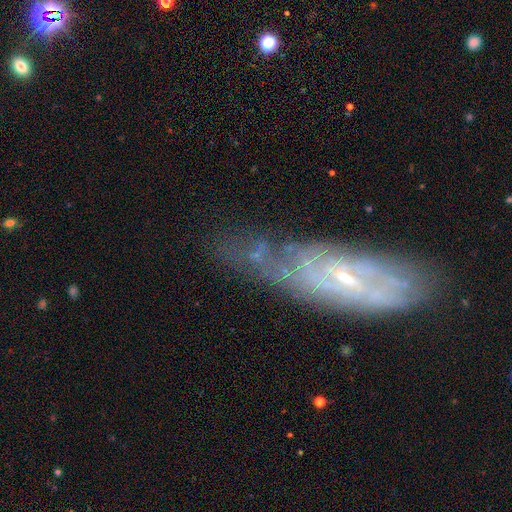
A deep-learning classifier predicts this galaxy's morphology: Smooth or featured?
  - featured or disk: 62% *
  - smooth: 22%
  - star or artifact: 16%
Edge-on disk?
  - no: 81% *
  - yes: 19%
Merging?
  - none: 51% *
  - minor disturbance: 21%
  - major disturbance: 21%
  - merger: 7%